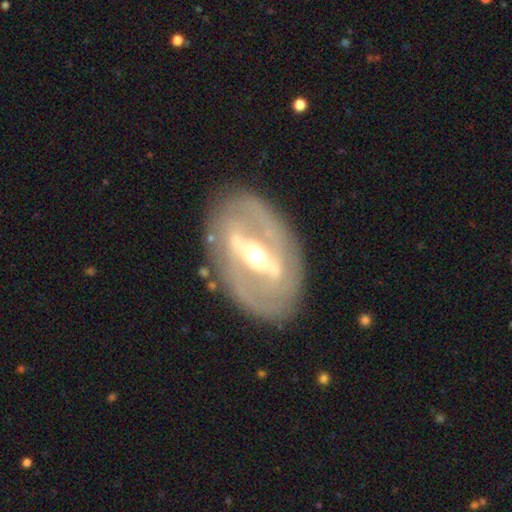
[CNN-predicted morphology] type=featured or disk (82%); edge-on=no (88%); bar=strong (72%); spiral arms=yes (52%); bulge=moderate (69%); merging=none (80%).